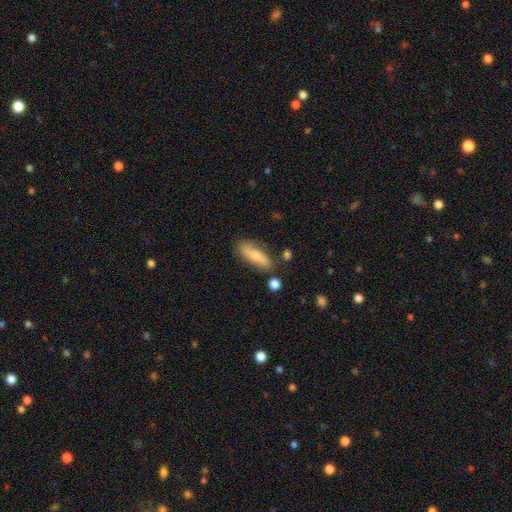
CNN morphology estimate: Smooth or featured? Predicted: smooth (p=0.63). How rounded? Predicted: in between (p=0.51). Merging? Predicted: none (p=0.74).